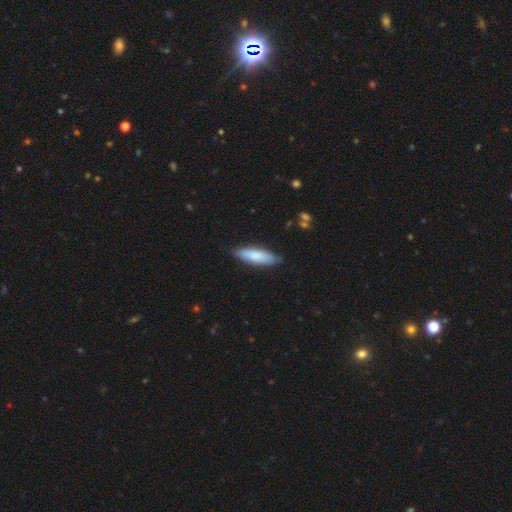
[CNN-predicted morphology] type=smooth (80%); roundness=cigar-shaped (55%); merging=none (83%).